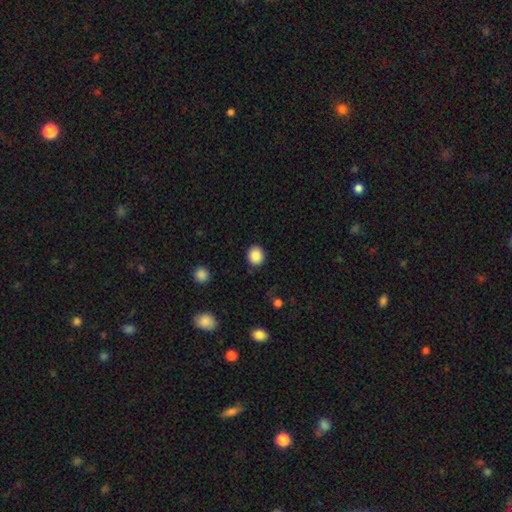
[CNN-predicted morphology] Overall: smooth (88%). How rounded: round (82%). Merging: none (89%).